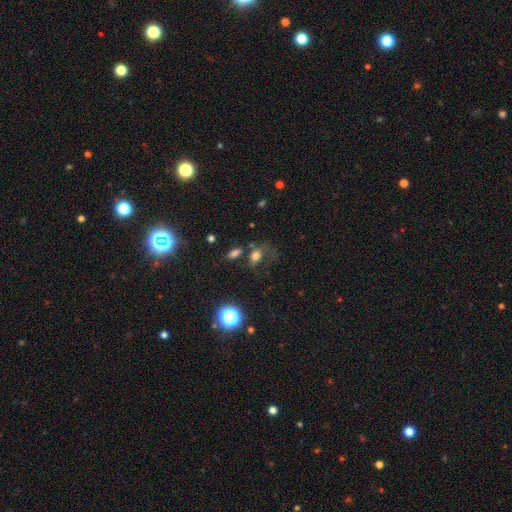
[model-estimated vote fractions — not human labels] Smooth or featured: smooth — 70% (star or artifact — 17%)
How rounded: in between — 67% (round — 30%)
Merging: none — 44% (major disturbance — 23%)